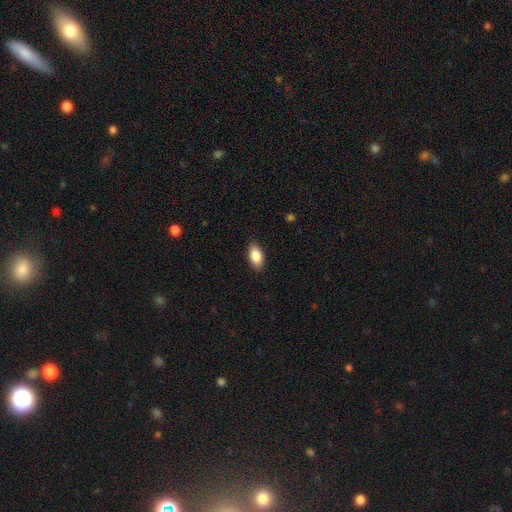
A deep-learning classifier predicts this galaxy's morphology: smooth_or_featured: smooth (p=0.87) [alt: star or artifact p=0.07]
how_rounded: in between (p=0.93) [alt: cigar-shaped p=0.04]
merging: none (p=0.87) [alt: minor disturbance p=0.10]